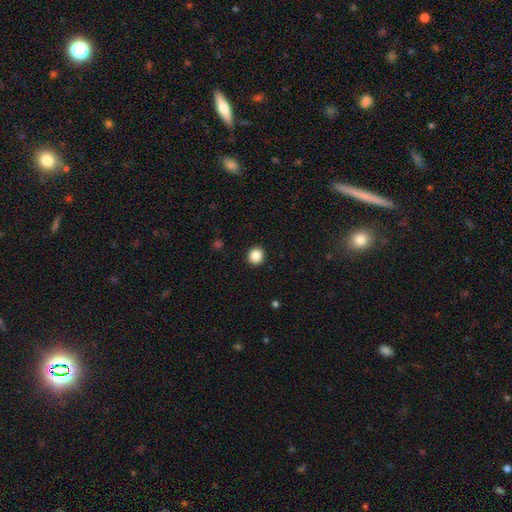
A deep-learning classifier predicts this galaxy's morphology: smooth 87%, star or artifact 10%, featured or disk 4%. Down the decision tree: how rounded — round (90%); merging — none (93%).